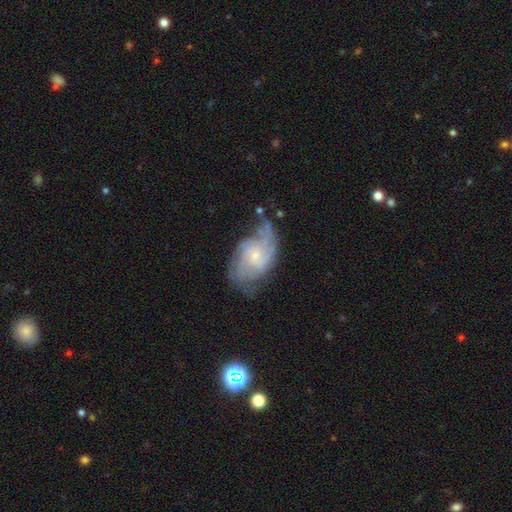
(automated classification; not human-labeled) Smooth or featured?
  - featured or disk: 81% *
  - smooth: 13%
  - star or artifact: 6%
Edge-on disk?
  - no: 97% *
  - yes: 3%
Bar?
  - no: 63% *
  - weak: 33%
  - strong: 4%
Spiral arms?
  - yes: 94% *
  - no: 6%
Spiral winding?
  - medium: 42% *
  - tight: 40%
  - loose: 17%
Spiral arm count?
  - can't tell: 31% *
  - 2: 30%
  - 3: 18%
  - 4: 10%
  - 1: 6%
  - more than 4: 5%
Bulge size?
  - small: 66% *
  - moderate: 26%
  - none: 5%
  - large: 2%
  - dominant: 1%
Merging?
  - none: 57% *
  - minor disturbance: 26%
  - major disturbance: 15%
  - merger: 3%